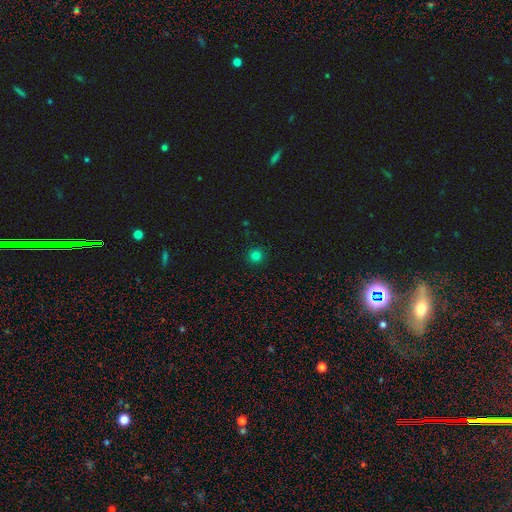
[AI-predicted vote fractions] Overall: smooth (79%). How rounded: round (95%). Merging: none (92%).